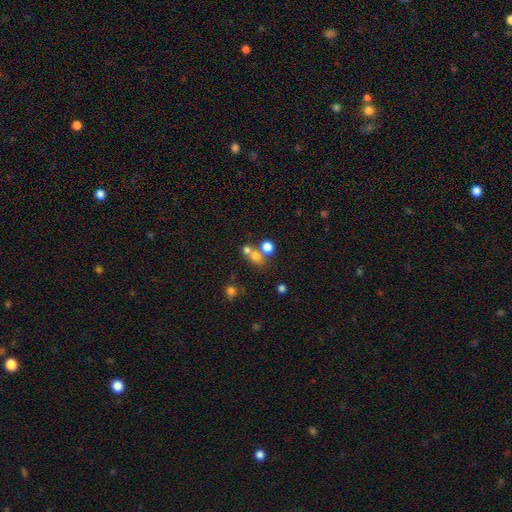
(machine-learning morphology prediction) Q: Smooth or featured?
A: smooth (69%); runner-up: star or artifact (18%)
Q: How rounded?
A: round (68%); runner-up: in between (30%)
Q: Merging?
A: merger (45%); runner-up: none (42%)